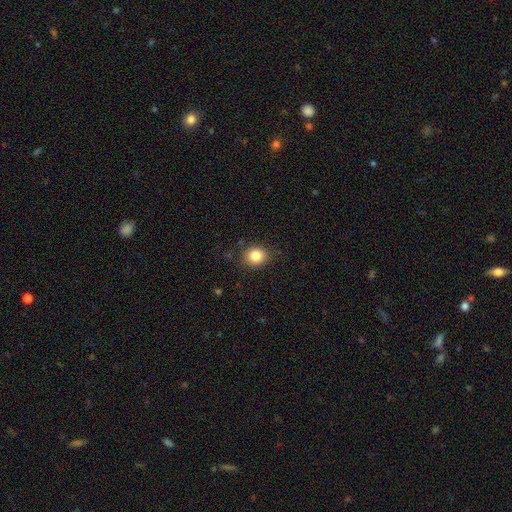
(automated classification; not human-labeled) smooth 83%, star or artifact 11%, featured or disk 6%. Down the decision tree: how rounded — round (73%); merging — none (86%).